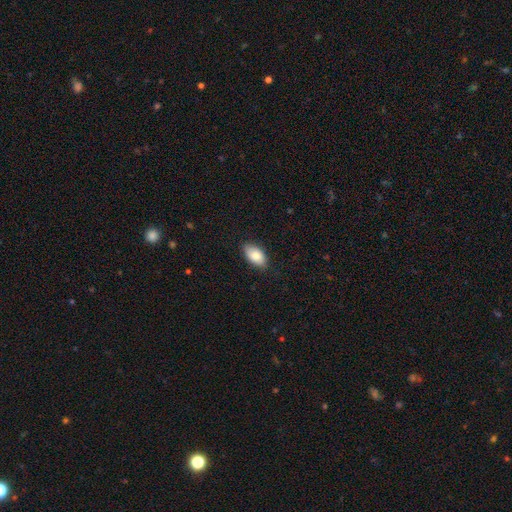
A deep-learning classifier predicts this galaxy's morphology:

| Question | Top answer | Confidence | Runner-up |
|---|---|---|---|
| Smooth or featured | smooth | 83% | featured or disk (10%) |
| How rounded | in between | 94% | round (4%) |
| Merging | none | 83% | minor disturbance (14%) |